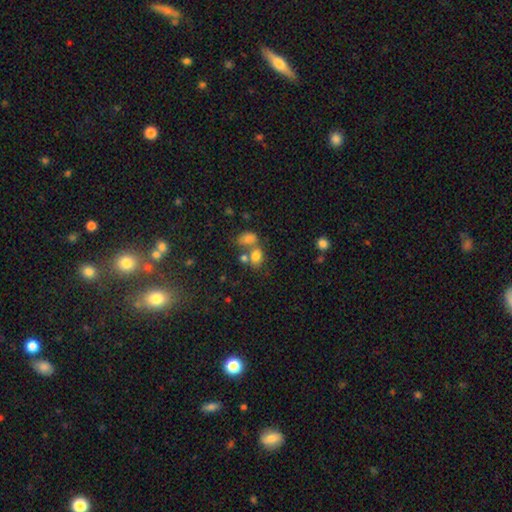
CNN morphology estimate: smooth-or-featured: smooth: 76% | star or artifact: 14% | featured or disk: 10%
  how-rounded: in between: 63% | round: 35% | cigar-shaped: 1%
  merging: merger: 42% | none: 40% | minor disturbance: 11% | major disturbance: 6%